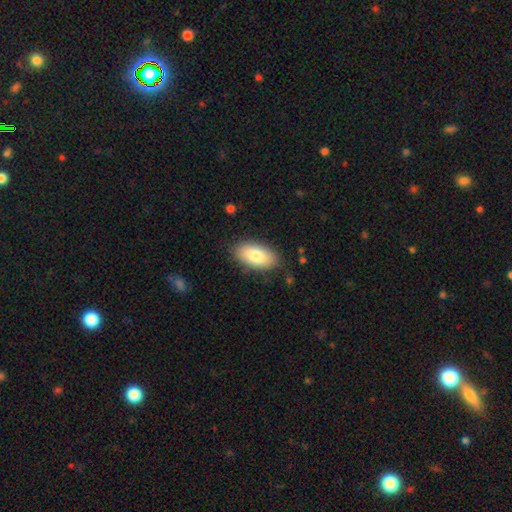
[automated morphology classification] The model was most divided on "smooth or featured": smooth: 81%, featured or disk: 13%, star or artifact: 6%. More confident: how rounded — in between (93%); merging — none (85%).